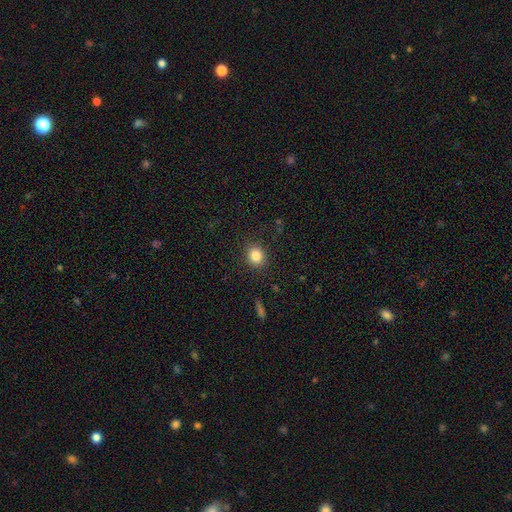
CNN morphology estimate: A smooth galaxy with no disk features (84%) that is round (71%). Merging: none (88%).